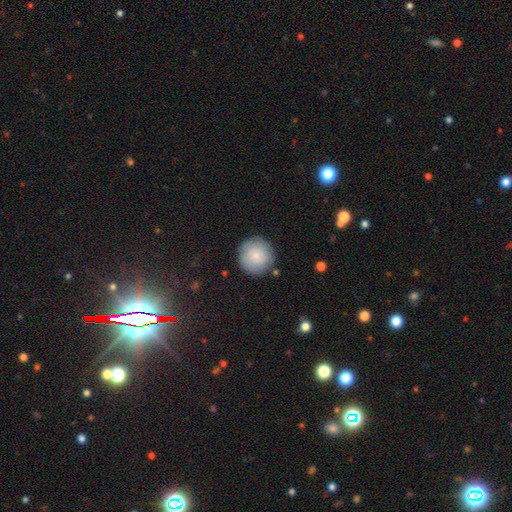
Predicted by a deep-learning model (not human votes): A smooth galaxy with no disk features (83%) that is round (95%). Merging: none (86%).